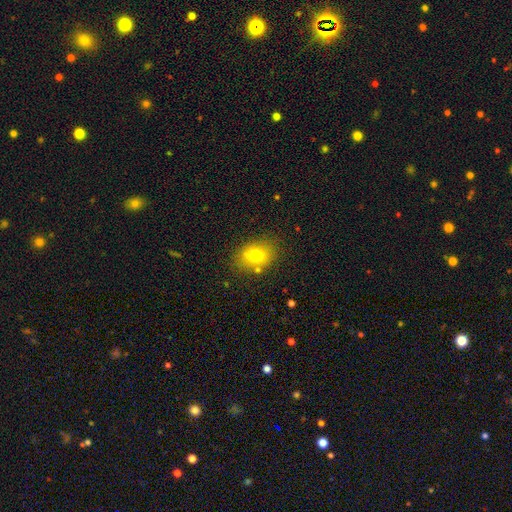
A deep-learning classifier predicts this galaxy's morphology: Q: Smooth or featured?
A: smooth (75%); runner-up: featured or disk (14%)
Q: How rounded?
A: in between (65%); runner-up: round (34%)
Q: Merging?
A: none (75%); runner-up: minor disturbance (15%)